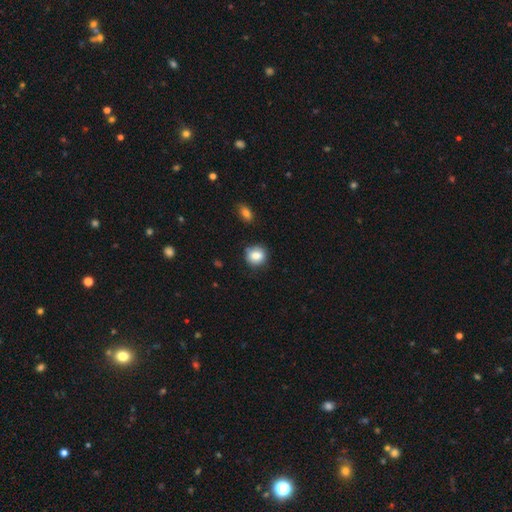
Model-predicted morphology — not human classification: Smooth or featured: smooth — 84% (star or artifact — 9%)
How rounded: round — 75% (in between — 24%)
Merging: none — 78% (minor disturbance — 15%)